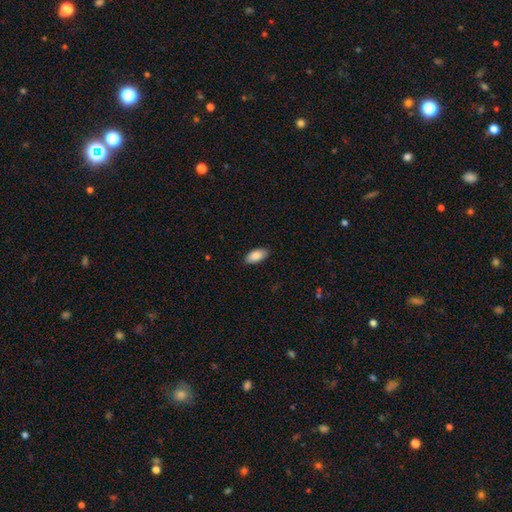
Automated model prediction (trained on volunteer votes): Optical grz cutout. It shows a smooth galaxy with no disk features (88%) that is in between round and cigar-shaped (93%). Merging: none (87%).